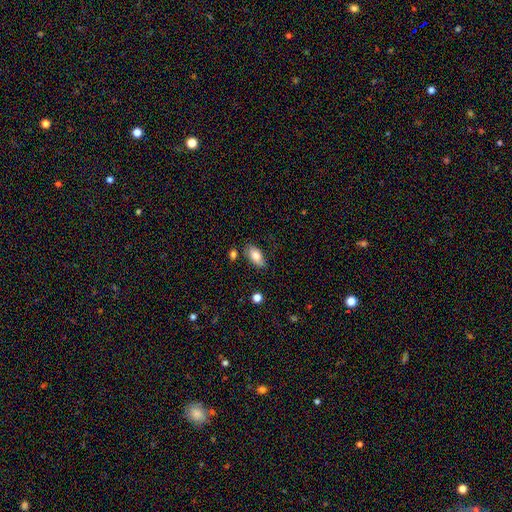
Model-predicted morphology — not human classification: This appears to be a smooth galaxy with no disk features (78%) that is in between round and cigar-shaped (91%). Merging: none (69%).